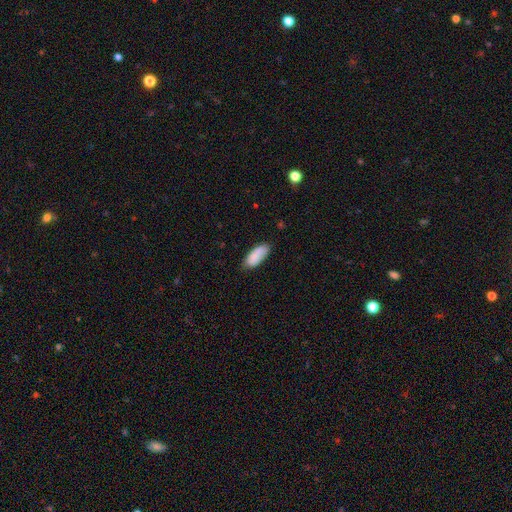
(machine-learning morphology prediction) A smooth galaxy with no disk features (86%) that is in between round and cigar-shaped (82%). Merging: none (77%).